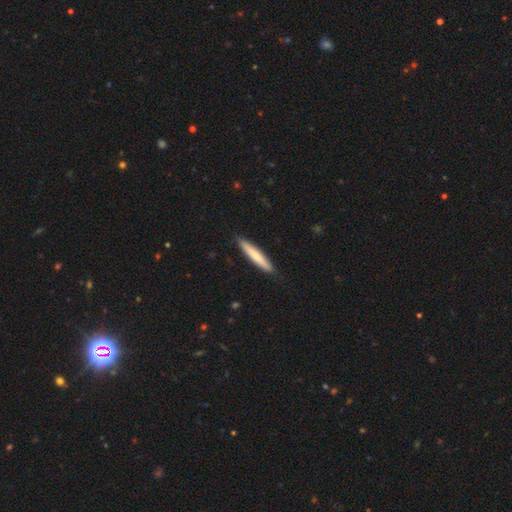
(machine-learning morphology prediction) The model was most divided on "smooth or featured": smooth: 68%, featured or disk: 27%, star or artifact: 5%. More confident: how rounded — cigar-shaped (92%); merging — none (89%).